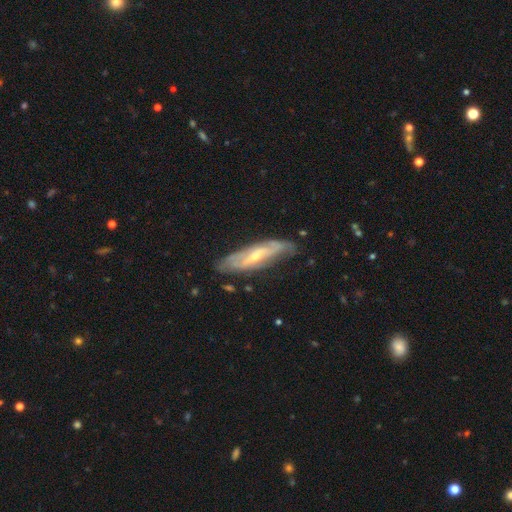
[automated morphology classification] featured or disk 75%, smooth 20%, star or artifact 6%. Down the decision tree: edge-on disk — no (65%); merging — none (71%).